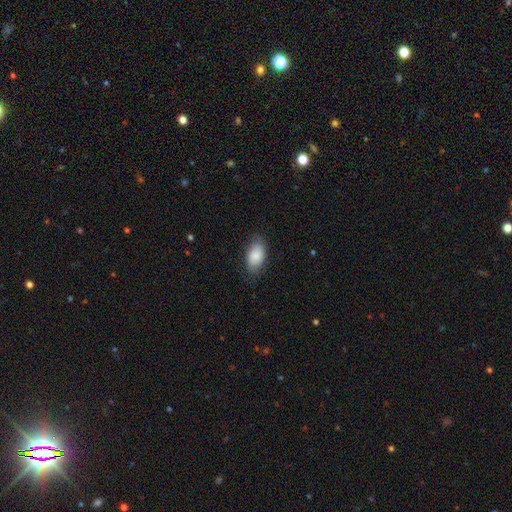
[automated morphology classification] smooth-or-featured: smooth: 85% | featured or disk: 9% | star or artifact: 6%
  how-rounded: in between: 92% | round: 6% | cigar-shaped: 2%
  merging: none: 77% | minor disturbance: 18% | major disturbance: 4% | merger: 1%